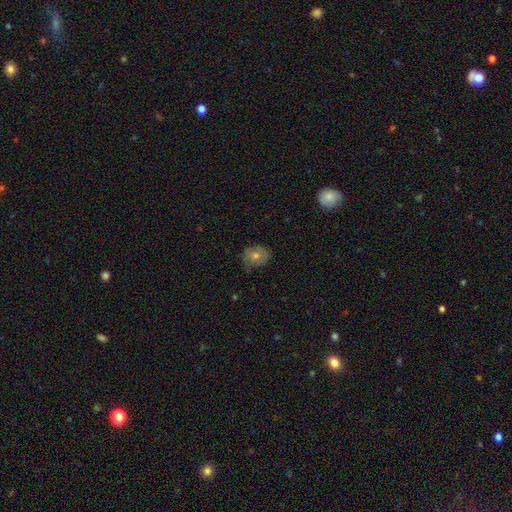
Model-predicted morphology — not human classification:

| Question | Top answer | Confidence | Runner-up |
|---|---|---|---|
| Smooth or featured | smooth | 51% | featured or disk (34%) |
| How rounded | round | 67% | in between (32%) |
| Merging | none | 75% | minor disturbance (18%) |